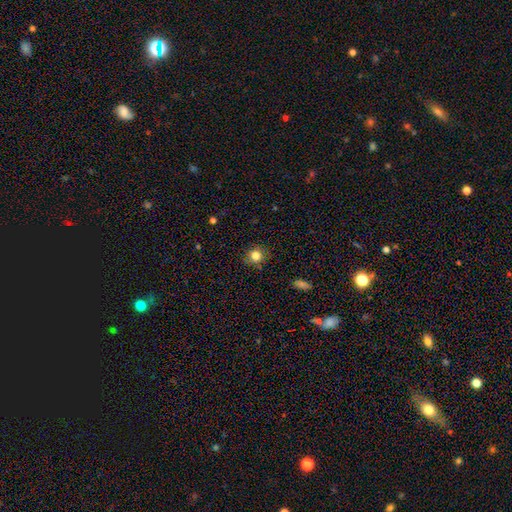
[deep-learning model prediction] A smooth galaxy with no disk features (82%) that is round (83%). Merging: none (86%).